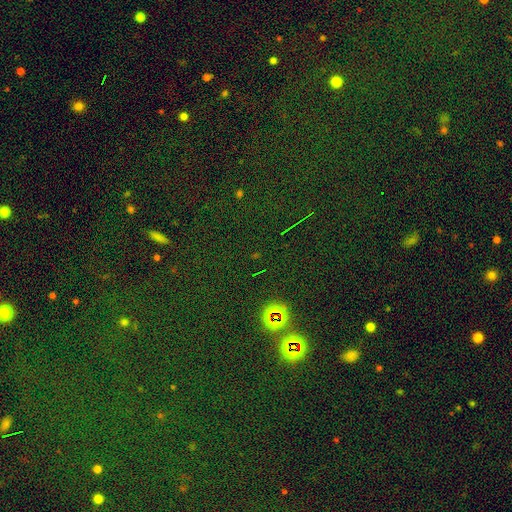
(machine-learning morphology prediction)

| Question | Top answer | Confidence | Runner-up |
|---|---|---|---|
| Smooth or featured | star or artifact | 78% | smooth (14%) |